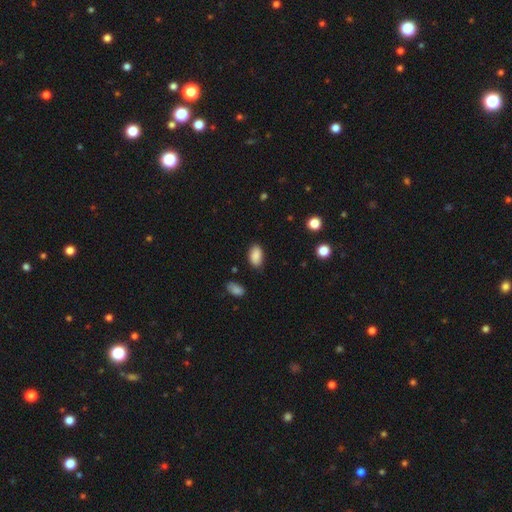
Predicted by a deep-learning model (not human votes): This appears to be a smooth galaxy with no disk features (88%) that is in between round and cigar-shaped (93%). Merging: none (83%).